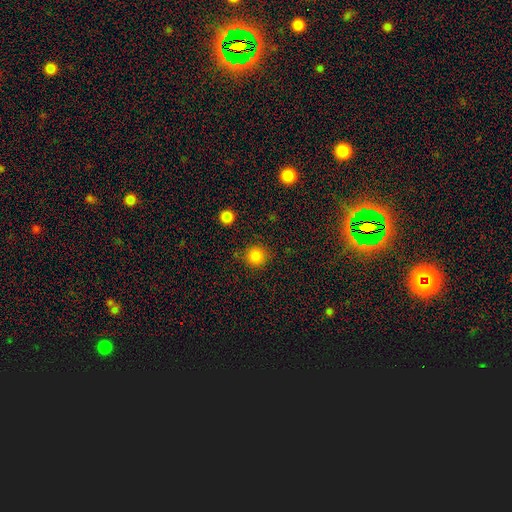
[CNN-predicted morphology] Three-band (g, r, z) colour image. It shows a smooth galaxy with no disk features (84%) that is round (93%). Merging: none (87%).